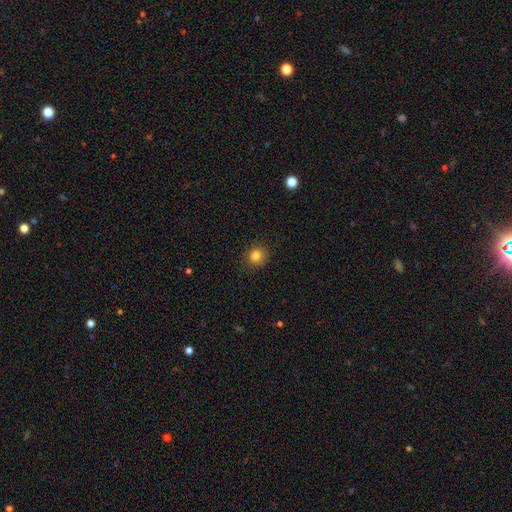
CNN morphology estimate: smooth_or_featured: smooth (p=0.83) [alt: star or artifact p=0.12]
how_rounded: round (p=0.81) [alt: in between p=0.18]
merging: none (p=0.88) [alt: minor disturbance p=0.09]